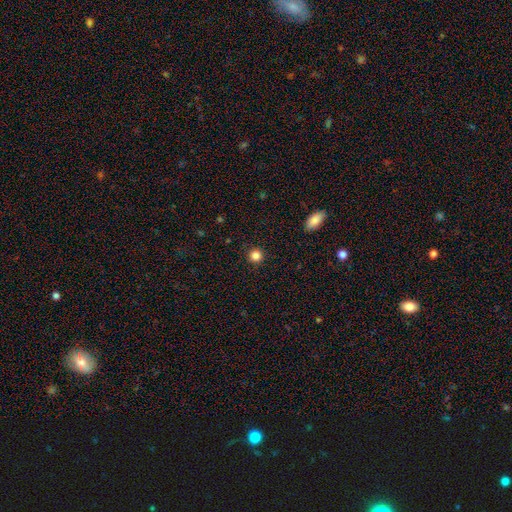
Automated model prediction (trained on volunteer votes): Overall: smooth (85%). How rounded: round (94%). Merging: none (92%).